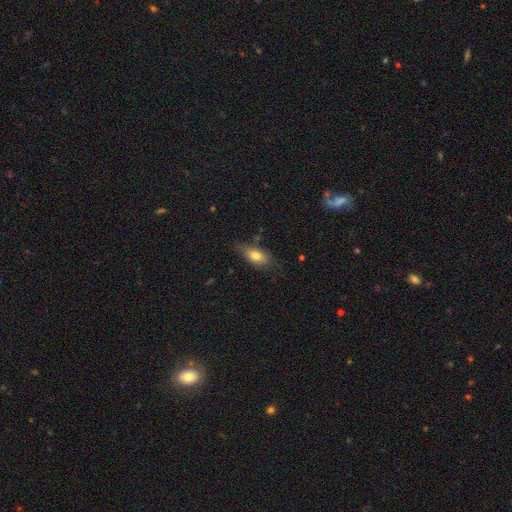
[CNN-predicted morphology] Smooth or featured: smooth — 77% (featured or disk — 16%)
How rounded: in between — 83% (cigar-shaped — 11%)
Merging: none — 67% (minor disturbance — 25%)